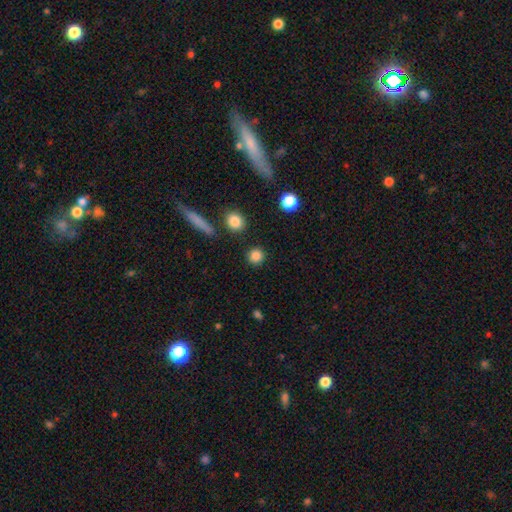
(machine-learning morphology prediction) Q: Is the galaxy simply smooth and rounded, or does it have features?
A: smooth — 85%.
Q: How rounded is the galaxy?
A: round — 92%.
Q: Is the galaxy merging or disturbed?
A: none — 89%.